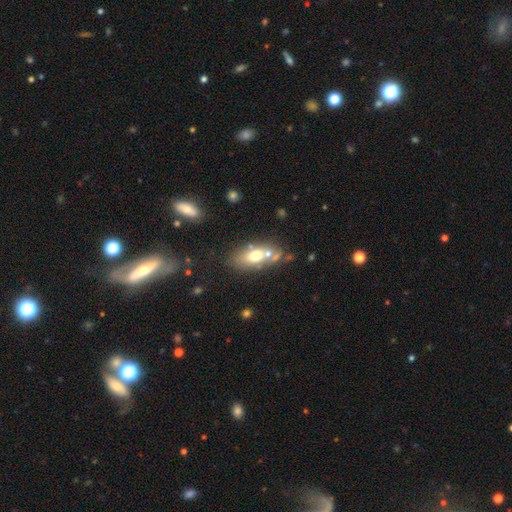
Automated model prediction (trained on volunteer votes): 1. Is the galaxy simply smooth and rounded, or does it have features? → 61% smooth, 29% featured or disk, 9% star or artifact.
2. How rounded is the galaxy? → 80% in between, 10% cigar-shaped, 10% round.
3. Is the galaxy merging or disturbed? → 54% none, 23% merger, 16% minor disturbance, 7% major disturbance.